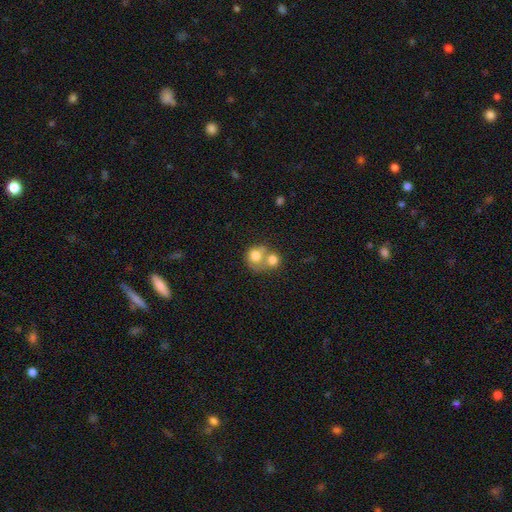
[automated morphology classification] This appears to be a smooth galaxy with no disk features (74%) that is round (76%). Merging: merger (63%).